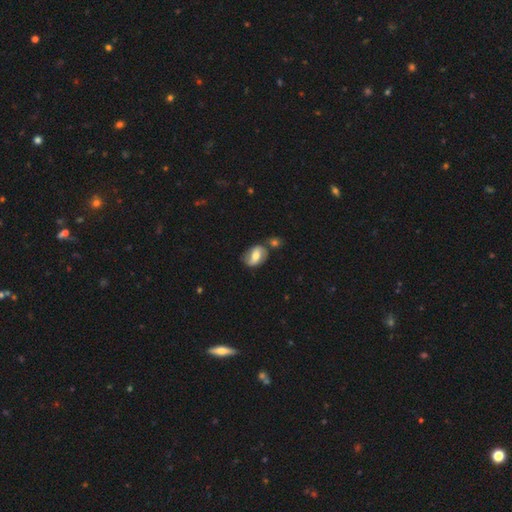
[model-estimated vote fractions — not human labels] smooth_or_featured: featured or disk (p=0.54) [alt: smooth p=0.39]
disk_edge_on: no (p=0.95) [alt: yes p=0.05]
bar: weak (p=0.41) [alt: strong p=0.35]
has_spiral_arms: yes (p=0.77) [alt: no p=0.23]
bulge_size: moderate (p=0.64) [alt: small p=0.16]
merging: none (p=0.63) [alt: minor disturbance p=0.17]